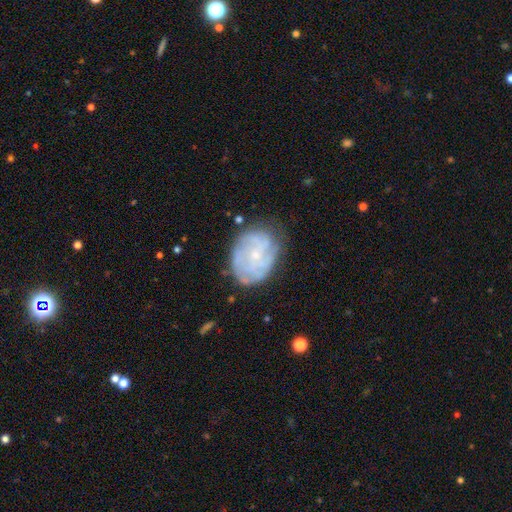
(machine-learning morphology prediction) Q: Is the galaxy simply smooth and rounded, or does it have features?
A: featured or disk — 70%.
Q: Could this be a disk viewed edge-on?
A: no — 97%.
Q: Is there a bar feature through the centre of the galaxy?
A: no — 76%.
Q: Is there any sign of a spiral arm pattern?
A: yes — 81%.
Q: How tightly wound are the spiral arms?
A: tight — 59%.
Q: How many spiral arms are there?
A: can't tell — 51%.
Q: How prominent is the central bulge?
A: small — 76%.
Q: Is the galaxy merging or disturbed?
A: none — 67%.